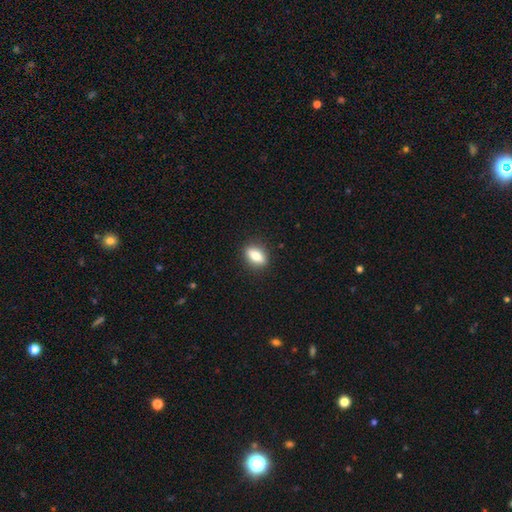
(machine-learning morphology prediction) Smooth or featured? Predicted: smooth (p=0.75). How rounded? Predicted: in between (p=0.76). Merging? Predicted: none (p=0.88).